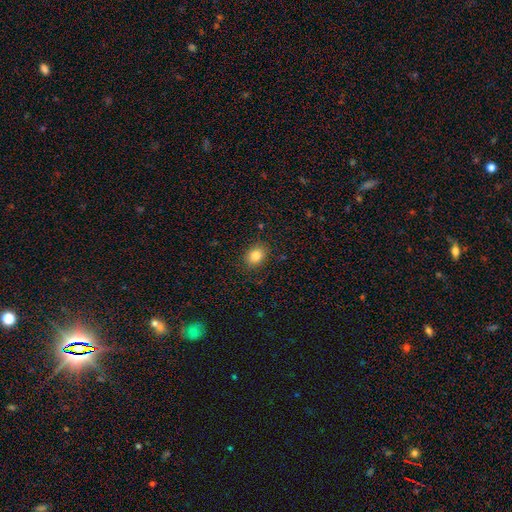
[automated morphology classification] Smooth or featured? Predicted: smooth (p=0.83). How rounded? Predicted: in between (p=0.52). Merging? Predicted: none (p=0.87).